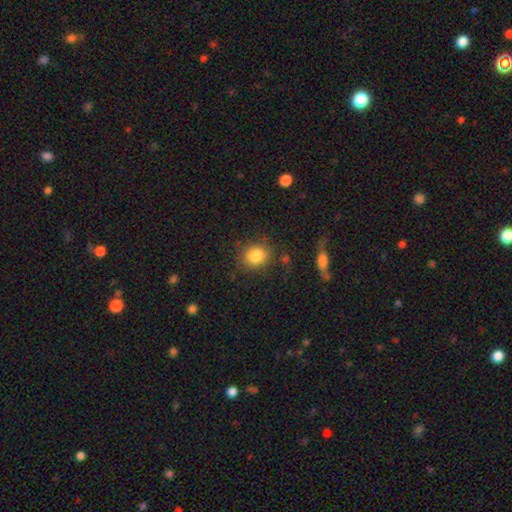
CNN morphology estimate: A smooth galaxy with no disk features (85%) that is round (74%). Merging: none (80%).